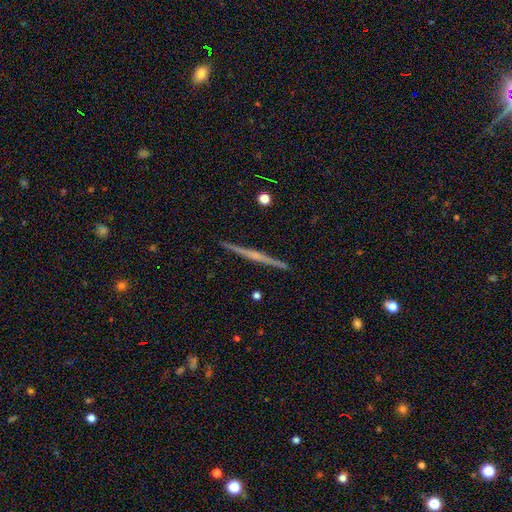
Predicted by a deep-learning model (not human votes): Smooth or featured: featured or disk — 76% (smooth — 18%)
Edge-on disk: yes — 98% (no — 2%)
Edge-on bulge: rounded — 53% (none — 36%)
Merging: none — 93% (minor disturbance — 5%)